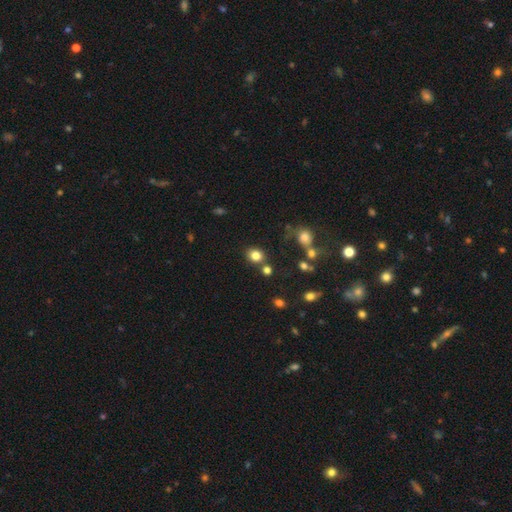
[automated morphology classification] A smooth galaxy with no disk features (81%) that is round (70%).

Vote fractions:
- Smooth or featured? smooth: 81% / star or artifact: 12% / featured or disk: 6%
- How rounded? round: 70% / in between: 29% / cigar-shaped: 1%
- Merging? none: 75% / merger: 10% / minor disturbance: 10% / major disturbance: 4%